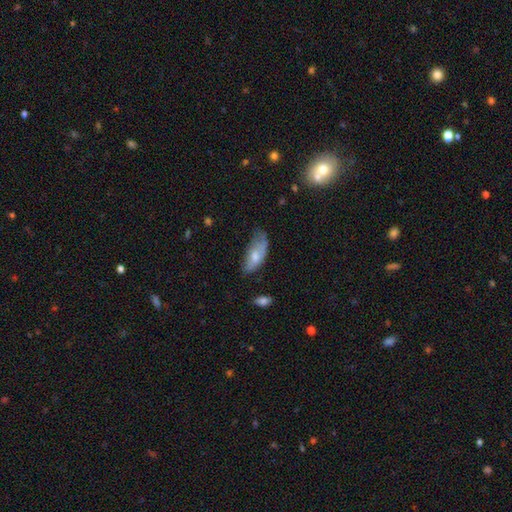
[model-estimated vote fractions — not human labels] This is likely a smooth galaxy (64%). How rounded: clearly in between (84%). Merging: marginally minor disturbance (39%).